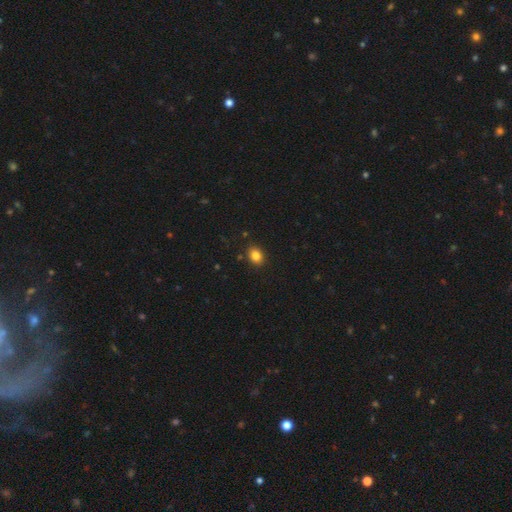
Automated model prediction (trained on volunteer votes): smooth-or-featured: smooth: 84% | star or artifact: 11% | featured or disk: 5%
  how-rounded: in between: 57% | round: 42% | cigar-shaped: 1%
  merging: none: 87% | minor disturbance: 9% | major disturbance: 2% | merger: 2%